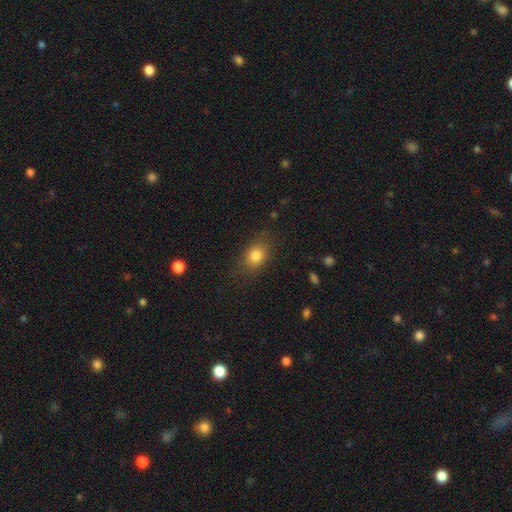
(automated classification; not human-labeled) Smooth or featured? Predicted: smooth (p=0.81). How rounded? Predicted: in between (p=0.65). Merging? Predicted: none (p=0.79).